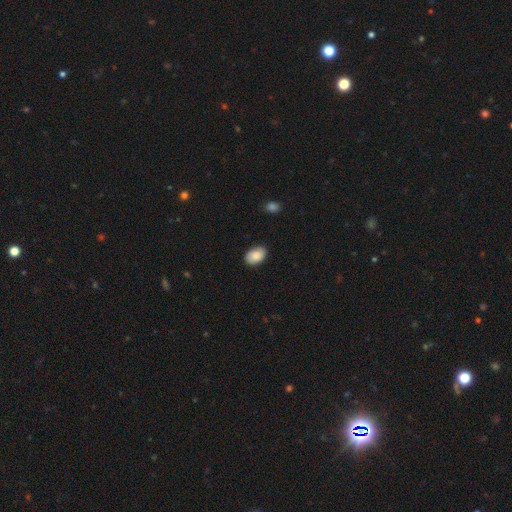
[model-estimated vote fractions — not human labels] Smooth or featured?
  - smooth: 87% *
  - star or artifact: 7%
  - featured or disk: 6%
How rounded?
  - in between: 89% *
  - round: 10%
  - cigar-shaped: 1%
Merging?
  - none: 87% *
  - minor disturbance: 10%
  - major disturbance: 2%
  - merger: 1%